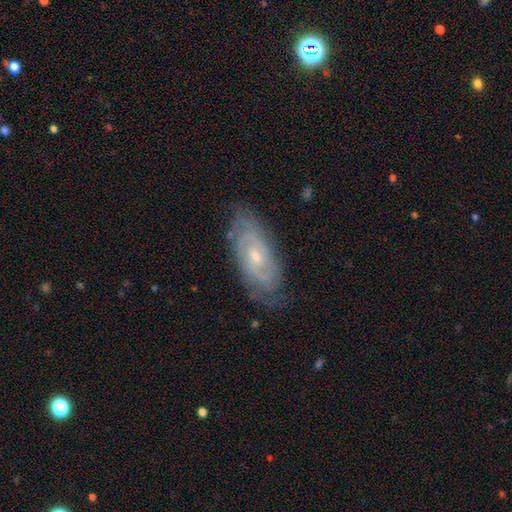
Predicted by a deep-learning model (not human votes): featured or disk 85%, smooth 9%, star or artifact 6%. Down the decision tree: edge-on disk — no (92%); bar — no (54%); spiral arms — yes (96%); spiral arm count — 2 (48%); spiral winding — tight (69%); bulge size — small (59%); merging — none (77%).